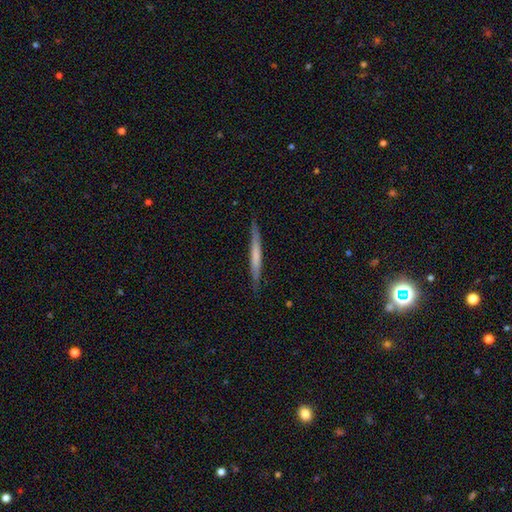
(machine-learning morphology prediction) A smooth galaxy with no disk features (52%) that is cigar-shaped (97%). Merging: none (88%).